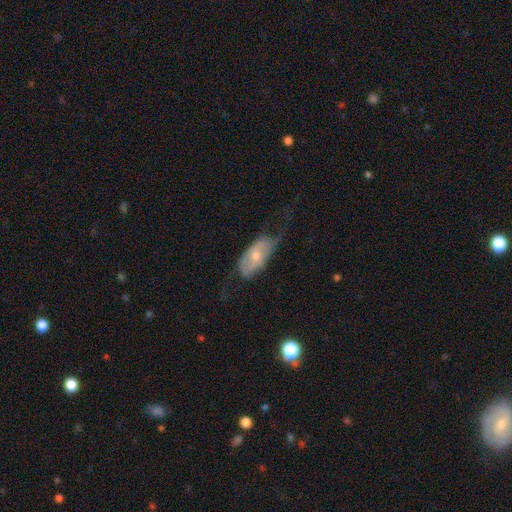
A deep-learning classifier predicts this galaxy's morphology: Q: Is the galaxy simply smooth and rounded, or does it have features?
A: featured or disk — 49%.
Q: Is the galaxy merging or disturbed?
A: none — 47%.